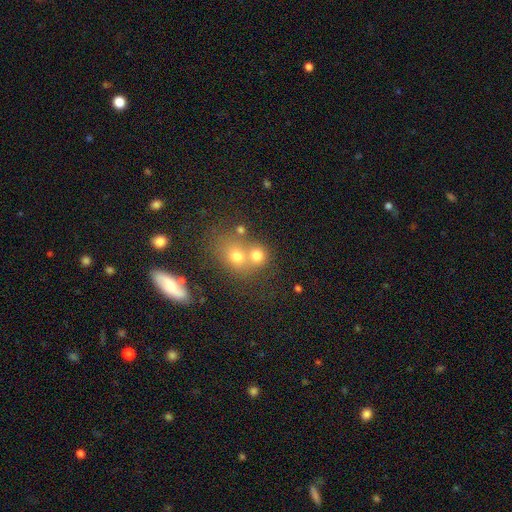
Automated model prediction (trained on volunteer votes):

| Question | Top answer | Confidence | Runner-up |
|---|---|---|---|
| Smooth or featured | smooth | 67% | featured or disk (17%) |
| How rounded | round | 71% | in between (28%) |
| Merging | merger | 50% | none (37%) |